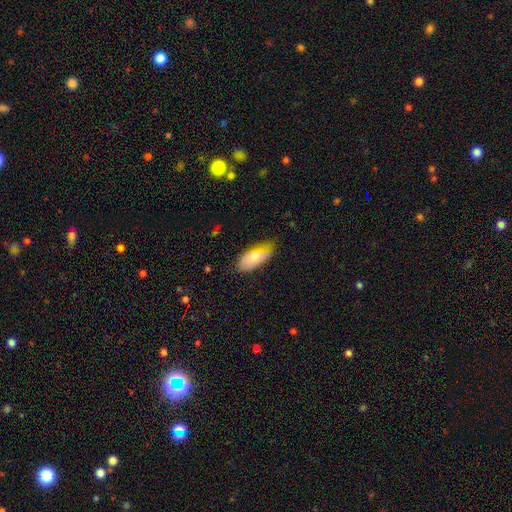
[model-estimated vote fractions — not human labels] Smooth or featured: smooth — 68% (featured or disk — 24%)
How rounded: in between — 86% (cigar-shaped — 12%)
Merging: none — 56% (minor disturbance — 33%)